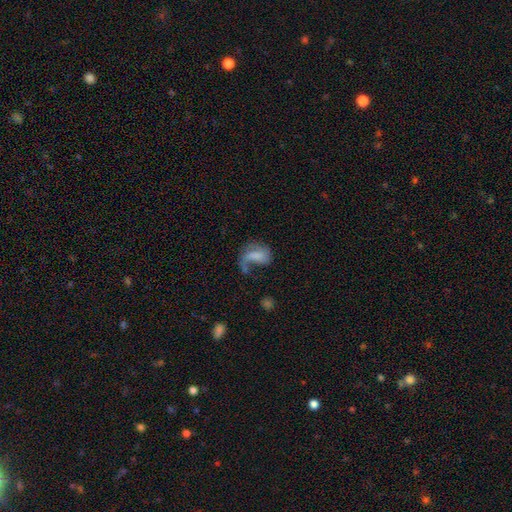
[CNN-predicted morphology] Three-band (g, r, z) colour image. It shows a smooth galaxy with no disk features (46%). Merging: major disturbance (46%).